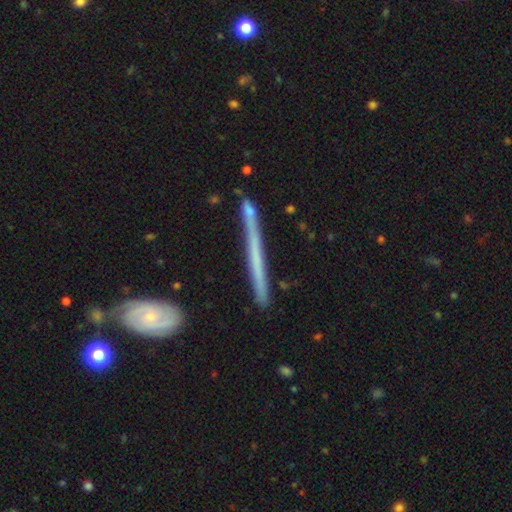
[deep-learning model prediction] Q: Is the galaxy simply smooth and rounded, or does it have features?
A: featured or disk — 58%.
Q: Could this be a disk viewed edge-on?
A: yes — 95%.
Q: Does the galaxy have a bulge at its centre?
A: none — 88%.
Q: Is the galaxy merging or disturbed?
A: none — 82%.